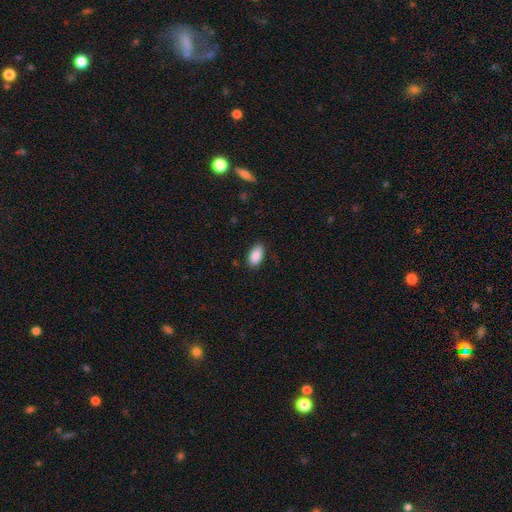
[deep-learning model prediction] Smooth or featured: smooth — 89% (star or artifact — 7%)
How rounded: in between — 94% (round — 3%)
Merging: none — 86% (minor disturbance — 11%)